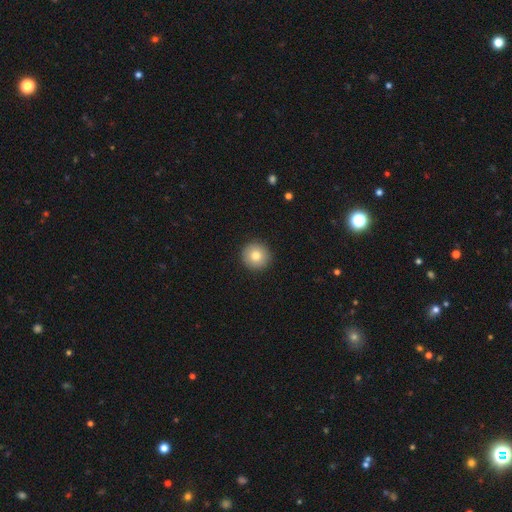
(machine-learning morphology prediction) The model was most divided on "smooth or featured": smooth: 80%, featured or disk: 11%, star or artifact: 9%. More confident: how rounded — round (94%); merging — none (92%).